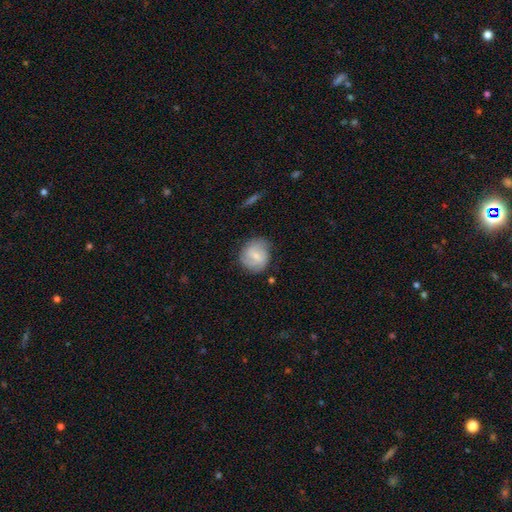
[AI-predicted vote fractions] A smooth galaxy with no disk features (51%) that is round (79%). Merging: none (74%).